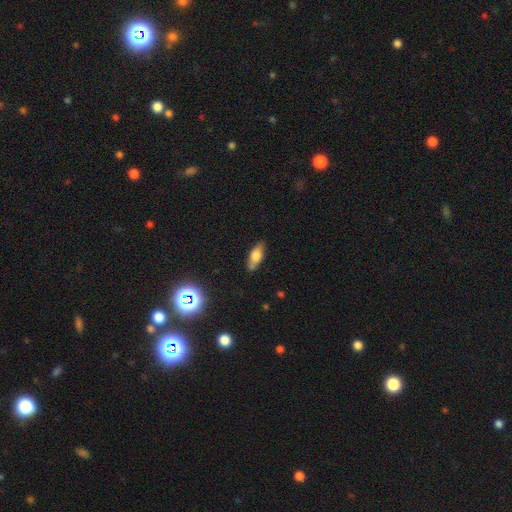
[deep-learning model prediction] Overall: smooth (69%). How rounded: in between (74%). Merging: none (73%).